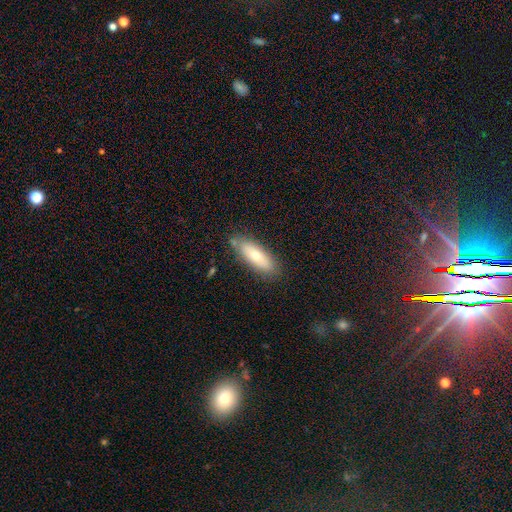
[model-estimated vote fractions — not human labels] Smooth or featured? smooth (65%)
How rounded? in between (61%)
Merging? none (81%)